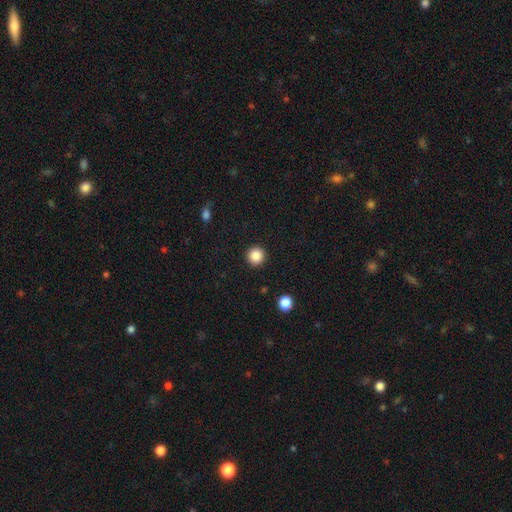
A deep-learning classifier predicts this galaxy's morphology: type=smooth (87%); roundness=round (95%); merging=none (93%).